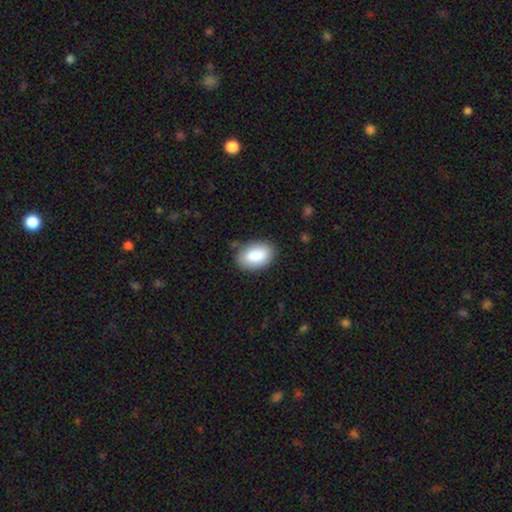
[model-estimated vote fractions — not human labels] Overall: smooth (87%). How rounded: in between (92%). Merging: none (80%).